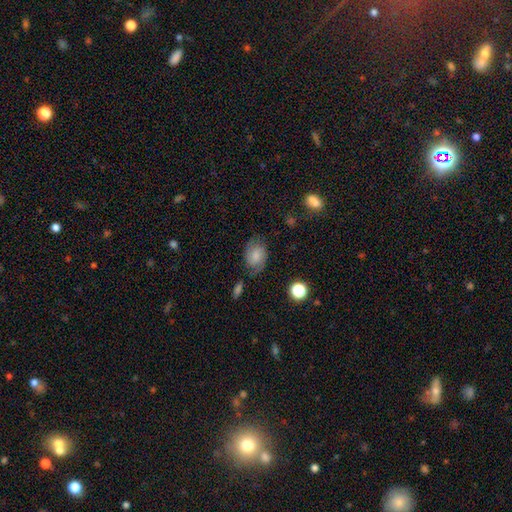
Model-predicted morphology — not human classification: Q: Smooth or featured?
A: smooth (52%); runner-up: featured or disk (38%)
Q: How rounded?
A: in between (72%); runner-up: round (26%)
Q: Merging?
A: none (64%); runner-up: minor disturbance (23%)